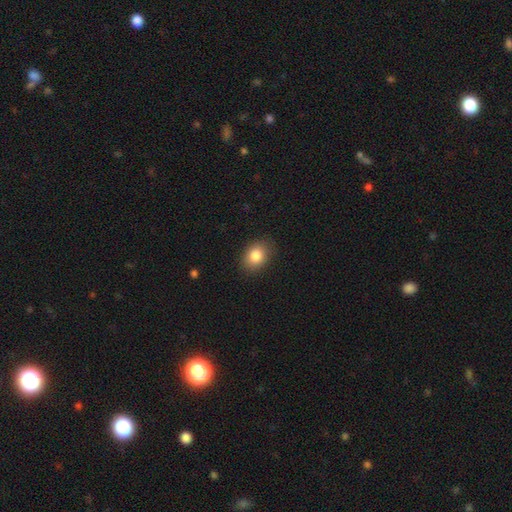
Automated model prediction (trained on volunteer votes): The model was most divided on "how rounded": in between: 68%, round: 31%, cigar-shaped: 1%. More confident: merging — none (86%); smooth or featured — smooth (84%).